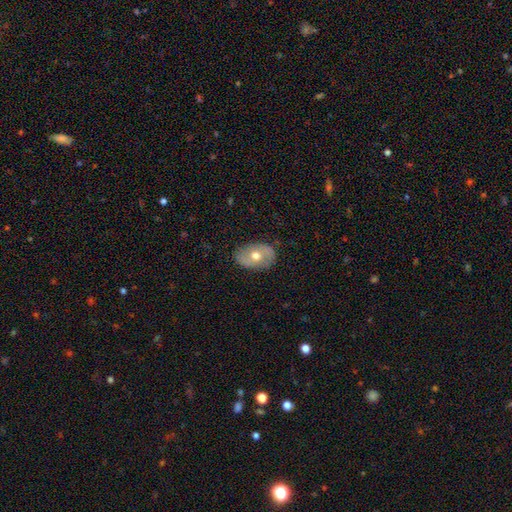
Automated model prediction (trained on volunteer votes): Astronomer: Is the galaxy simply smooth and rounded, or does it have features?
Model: smooth — 53% (runner-up: featured or disk, 40%).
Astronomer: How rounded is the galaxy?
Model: in between — 84%.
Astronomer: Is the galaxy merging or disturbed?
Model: none — 82%.